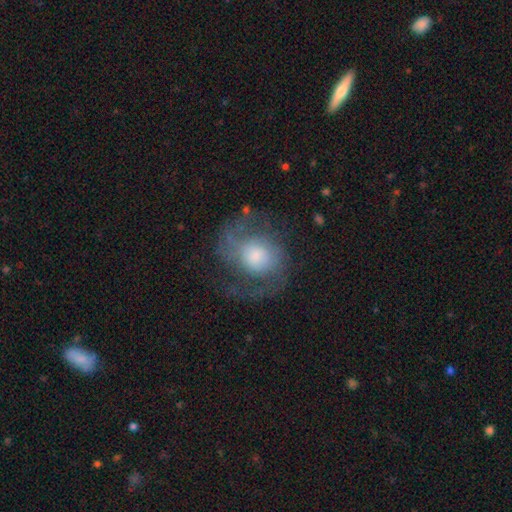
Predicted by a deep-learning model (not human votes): Smooth or featured?
  - featured or disk: 74% *
  - smooth: 19%
  - star or artifact: 7%
Edge-on disk?
  - no: 98% *
  - yes: 2%
Bar?
  - no: 71% *
  - weak: 25%
  - strong: 5%
Spiral arms?
  - yes: 91% *
  - no: 9%
Spiral winding?
  - medium: 49% *
  - loose: 31%
  - tight: 20%
Spiral arm count?
  - 2: 80% *
  - can't tell: 8%
  - 3: 4%
  - 1: 4%
  - 4: 2%
  - more than 4: 2%
Bulge size?
  - small: 34% *
  - moderate: 32%
  - large: 24%
  - dominant: 6%
  - none: 5%
Merging?
  - none: 61% *
  - major disturbance: 20%
  - minor disturbance: 17%
  - merger: 2%